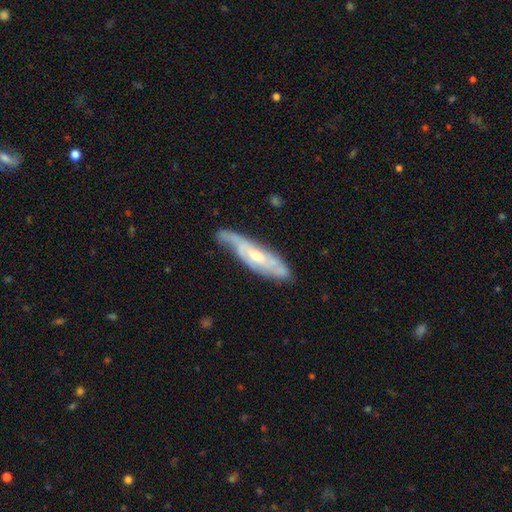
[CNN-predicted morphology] Smooth or featured? featured or disk (74%)
Edge-on disk? no (70%)
Bar? no (57%)
Spiral arms? yes (88%)
Bulge size? moderate (49%)
Merging? none (59%)